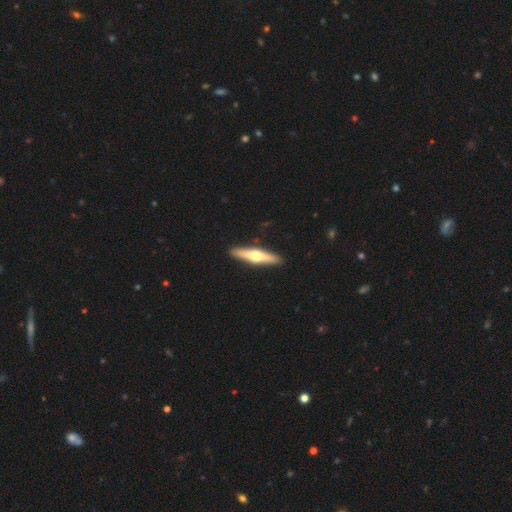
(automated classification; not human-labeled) Q: Smooth or featured?
A: featured or disk (56%); runner-up: smooth (39%)
Q: Edge-on disk?
A: yes (95%); runner-up: no (5%)
Q: Edge-on bulge?
A: rounded (94%); runner-up: none (3%)
Q: Merging?
A: none (92%); runner-up: minor disturbance (6%)